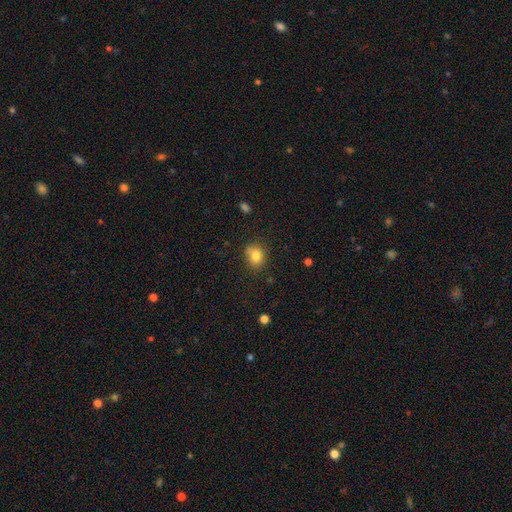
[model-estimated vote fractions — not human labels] This appears to be a smooth galaxy with no disk features (79%) that is round (67%). Merging: none (69%).